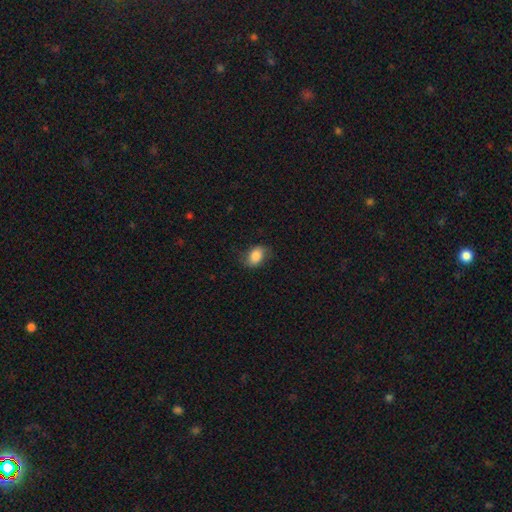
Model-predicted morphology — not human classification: smooth-or-featured: smooth: 82% | featured or disk: 10% | star or artifact: 8%
  how-rounded: in between: 77% | round: 21% | cigar-shaped: 1%
  merging: none: 71% | minor disturbance: 21% | major disturbance: 7% | merger: 1%